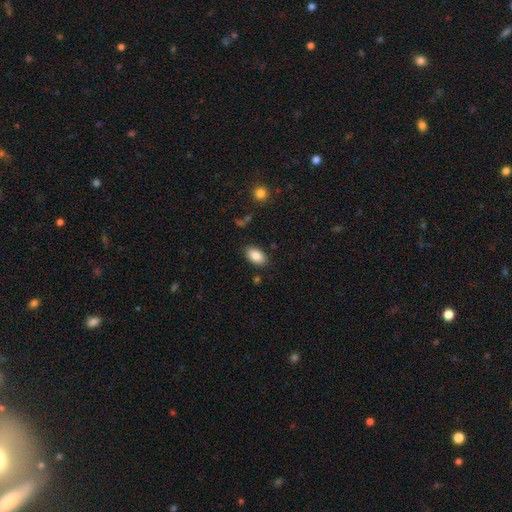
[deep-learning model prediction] The model was most divided on "merging": none: 85%, minor disturbance: 10%, major disturbance: 3%, merger: 2%. More confident: how rounded — in between (92%); smooth or featured — smooth (86%).